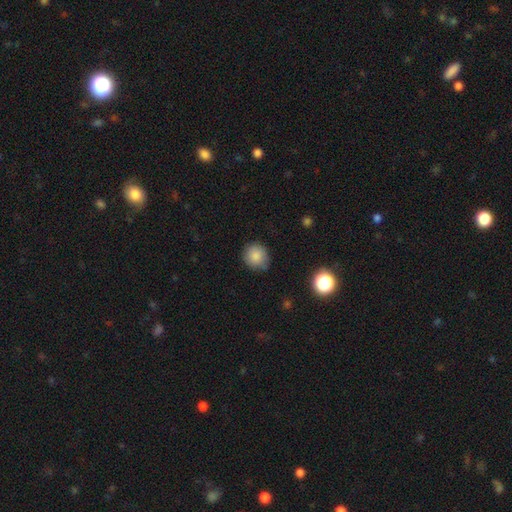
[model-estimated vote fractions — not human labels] This is clearly a smooth galaxy (85%). How rounded: clearly round (88%). Merging: likely none (80%).